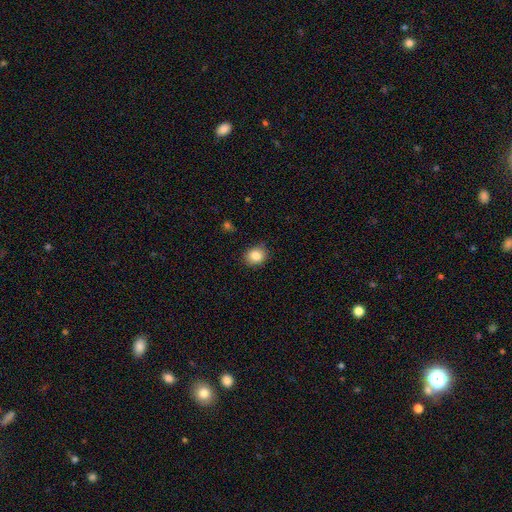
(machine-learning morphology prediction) Smooth or featured? Predicted: smooth (p=0.85). How rounded? Predicted: round (p=0.67). Merging? Predicted: none (p=0.86).